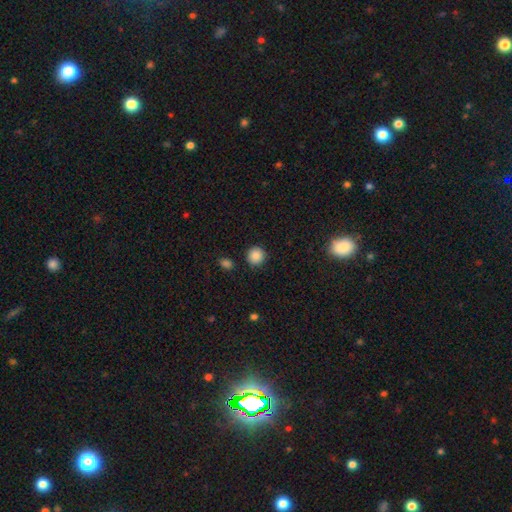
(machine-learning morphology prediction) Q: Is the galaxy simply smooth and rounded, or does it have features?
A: smooth — 87%.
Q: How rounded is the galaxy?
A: round — 93%.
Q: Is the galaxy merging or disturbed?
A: none — 89%.